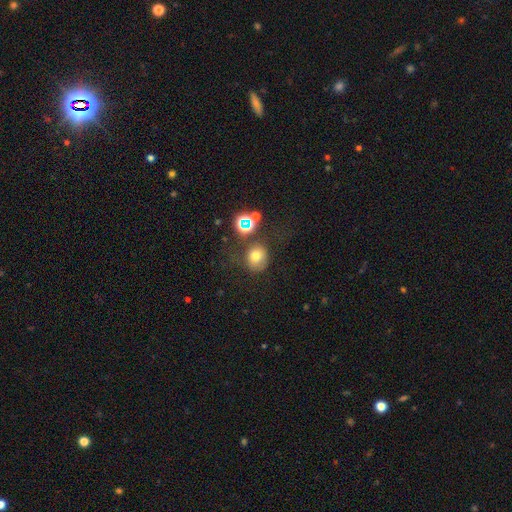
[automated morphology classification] A smooth galaxy with no disk features (70%) that is round (70%).

Vote fractions:
- Smooth or featured? smooth: 70% / star or artifact: 18% / featured or disk: 12%
- How rounded? round: 70% / in between: 29% / cigar-shaped: 1%
- Merging? none: 61% / minor disturbance: 19% / major disturbance: 11% / merger: 9%